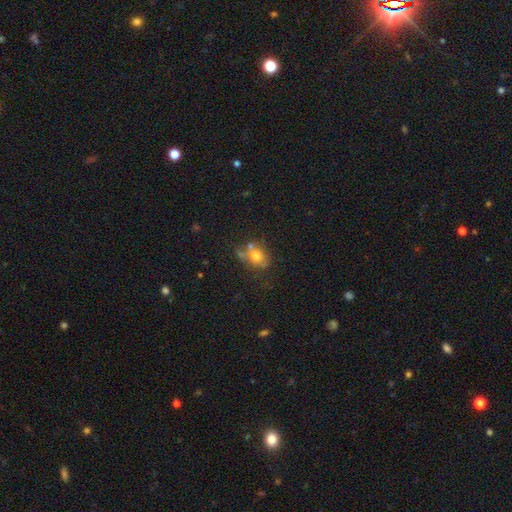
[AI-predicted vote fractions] Q: Smooth or featured?
A: smooth (66%); runner-up: featured or disk (22%)
Q: How rounded?
A: in between (51%); runner-up: round (47%)
Q: Merging?
A: none (48%); runner-up: merger (24%)